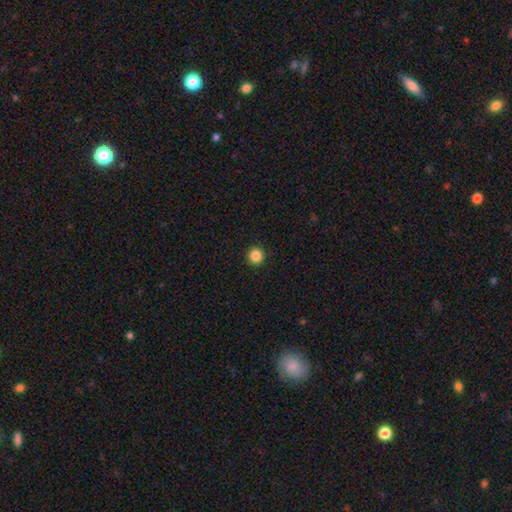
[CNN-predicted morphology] Smooth or featured? smooth (87%)
How rounded? round (95%)
Merging? none (93%)